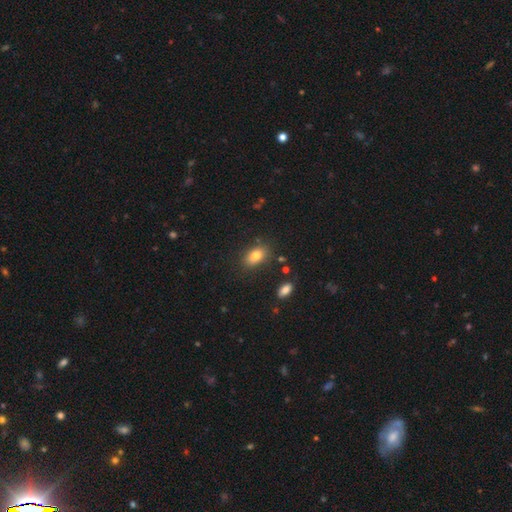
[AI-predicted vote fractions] Q: Smooth or featured?
A: smooth (80%); runner-up: featured or disk (11%)
Q: How rounded?
A: in between (84%); runner-up: round (13%)
Q: Merging?
A: none (82%); runner-up: minor disturbance (12%)